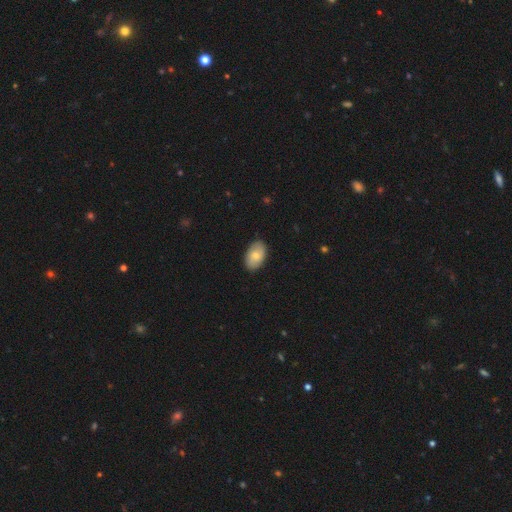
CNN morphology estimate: Overall: smooth (74%). How rounded: in between (92%). Merging: none (87%).